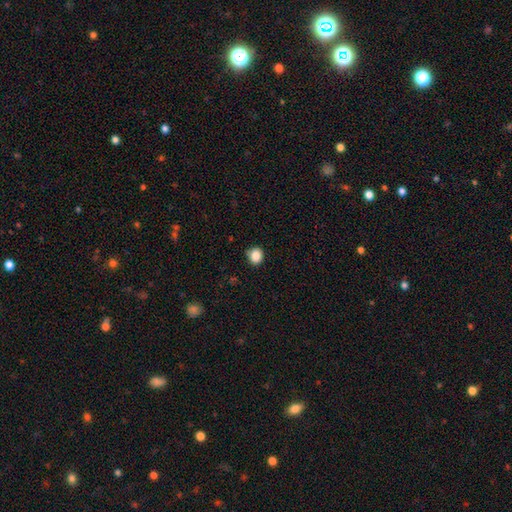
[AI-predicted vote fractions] smooth 86%, star or artifact 10%, featured or disk 4%. Down the decision tree: how rounded — round (77%); merging — none (81%).